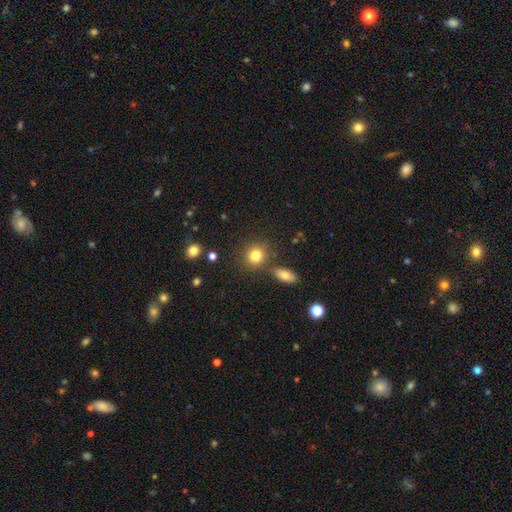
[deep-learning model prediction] This appears to be a smooth galaxy with no disk features (81%) that is round (81%). Merging: none (77%).